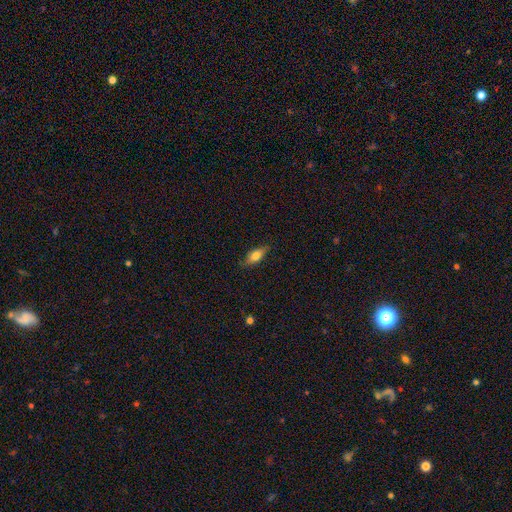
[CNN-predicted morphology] Smooth or featured? Predicted: smooth (p=0.67). How rounded? Predicted: in between (p=0.73). Merging? Predicted: none (p=0.77).